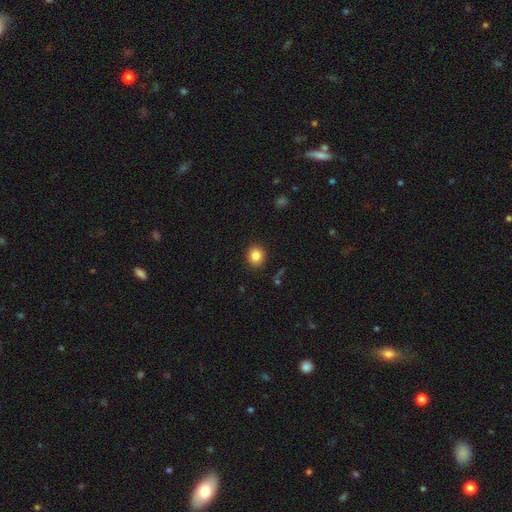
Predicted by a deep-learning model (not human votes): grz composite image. It shows a smooth galaxy with no disk features (84%) that is round (84%). Merging: none (90%).